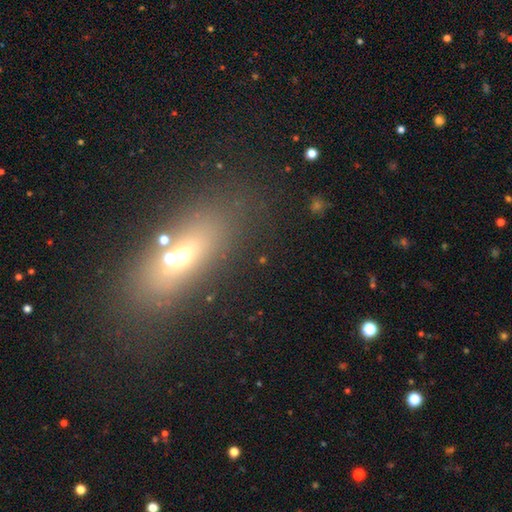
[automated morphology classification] Smooth or featured?
  - smooth: 51% *
  - star or artifact: 25%
  - featured or disk: 24%
How rounded?
  - in between: 63% *
  - cigar-shaped: 27%
  - round: 10%
Merging?
  - none: 69% *
  - minor disturbance: 12%
  - merger: 12%
  - major disturbance: 7%